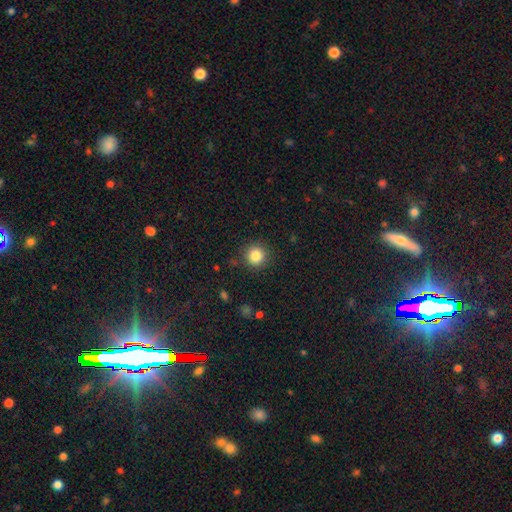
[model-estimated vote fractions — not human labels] A smooth galaxy with no disk features (84%) that is round (94%).

Vote fractions:
- Smooth or featured? smooth: 84% / star or artifact: 11% / featured or disk: 5%
- How rounded? round: 94% / in between: 6% / cigar-shaped: 1%
- Merging? none: 89% / minor disturbance: 7% / major disturbance: 3% / merger: 1%